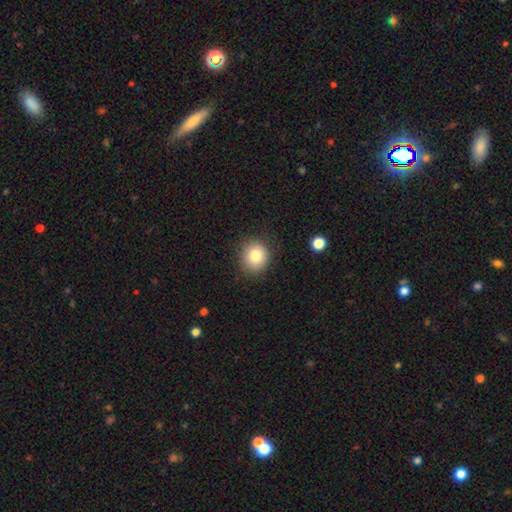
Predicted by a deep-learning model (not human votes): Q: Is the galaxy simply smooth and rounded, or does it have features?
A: smooth — 83%.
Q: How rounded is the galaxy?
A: round — 81%.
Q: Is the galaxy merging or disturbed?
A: none — 85%.